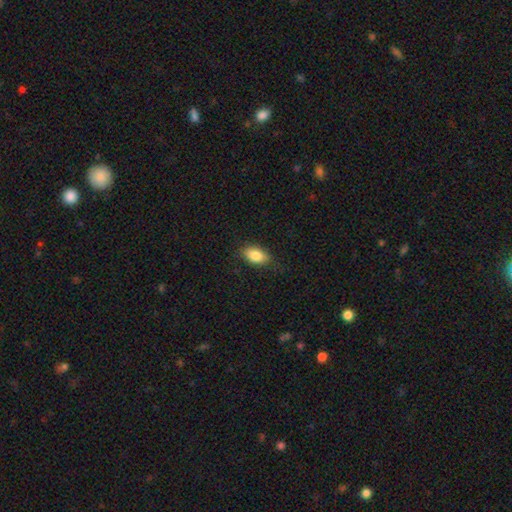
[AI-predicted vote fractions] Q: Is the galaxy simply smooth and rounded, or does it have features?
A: smooth — 85%.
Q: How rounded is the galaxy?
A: in between — 90%.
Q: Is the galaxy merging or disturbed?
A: none — 83%.